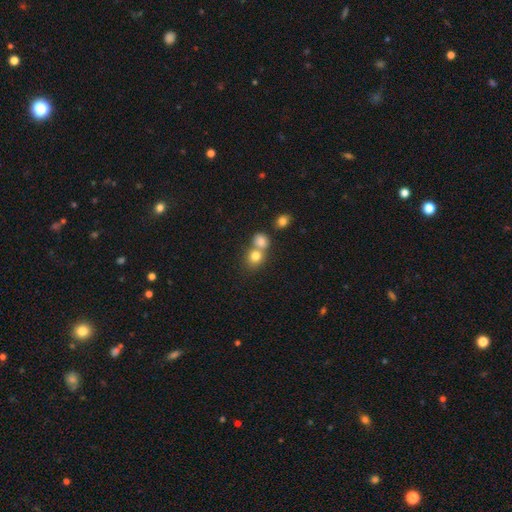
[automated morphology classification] Smooth or featured? Predicted: smooth (p=0.80). How rounded? Predicted: round (p=0.75). Merging? Predicted: merger (p=0.47).